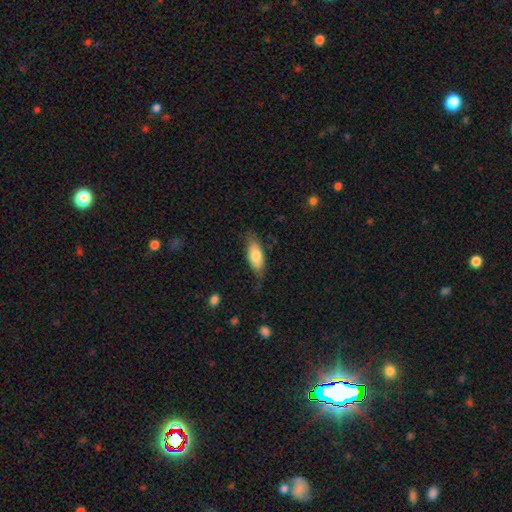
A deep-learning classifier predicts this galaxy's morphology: Q: Smooth or featured?
A: smooth (75%); runner-up: featured or disk (20%)
Q: How rounded?
A: in between (75%); runner-up: cigar-shaped (22%)
Q: Merging?
A: none (67%); runner-up: minor disturbance (25%)